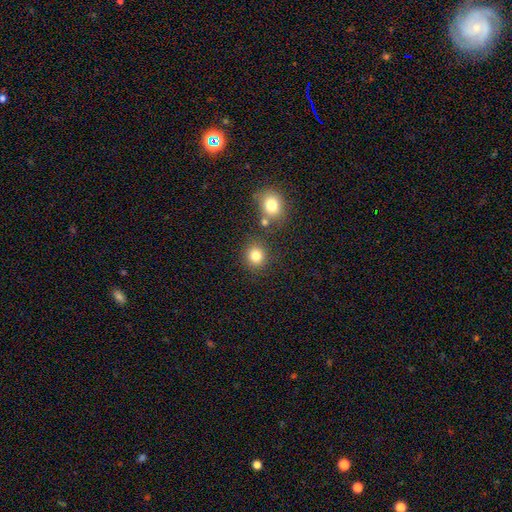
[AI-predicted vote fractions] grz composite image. It shows a smooth galaxy with no disk features (82%) that is round (86%). Merging: none (80%).